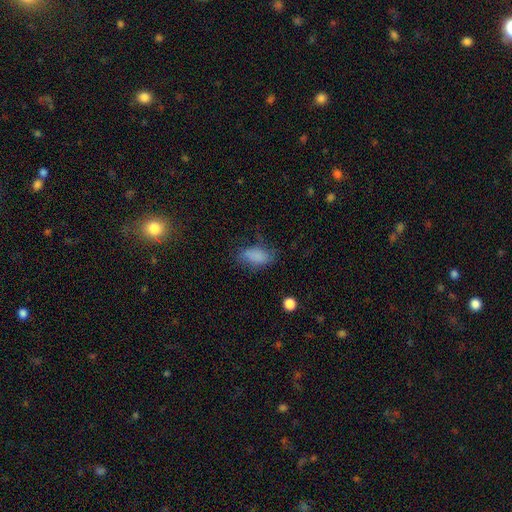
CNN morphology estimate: smooth_or_featured: smooth (p=0.81) [alt: star or artifact p=0.10]
how_rounded: in between (p=0.90) [alt: round p=0.06]
merging: none (p=0.57) [alt: minor disturbance p=0.26]